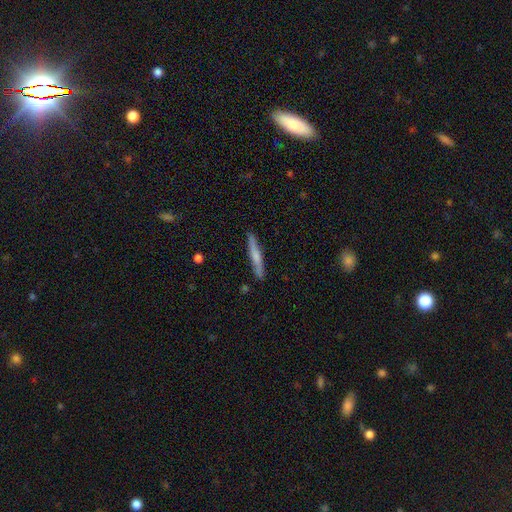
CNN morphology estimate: The model was most divided on "smooth or featured": smooth: 55%, featured or disk: 40%, star or artifact: 5%. More confident: how rounded — cigar-shaped (94%); merging — none (88%).